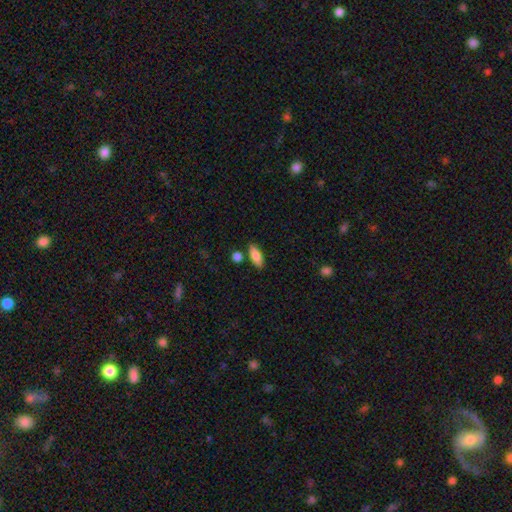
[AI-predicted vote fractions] The model was most divided on "how rounded": in between: 70%, cigar-shaped: 27%, round: 3%. More confident: merging — none (82%); smooth or featured — smooth (82%).